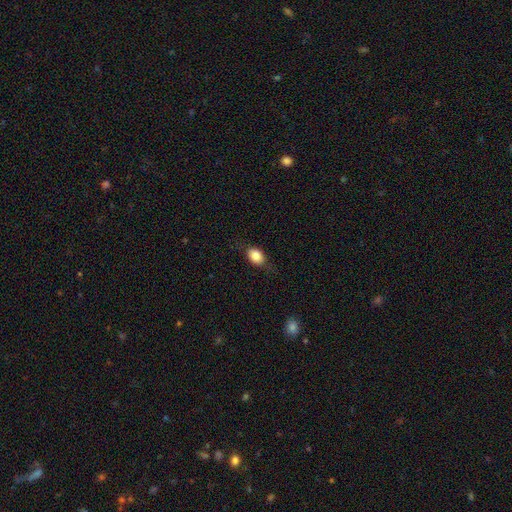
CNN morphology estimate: Overall: smooth (82%). How rounded: in between (71%). Merging: none (76%).